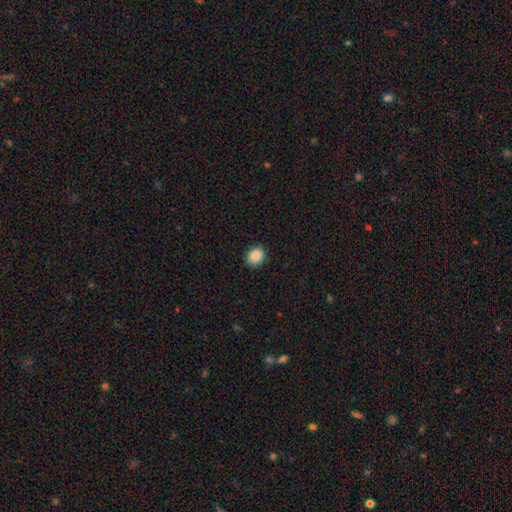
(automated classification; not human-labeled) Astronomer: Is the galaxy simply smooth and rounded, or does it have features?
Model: smooth — 88%.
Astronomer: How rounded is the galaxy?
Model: in between — 59% (runner-up: round, 40%).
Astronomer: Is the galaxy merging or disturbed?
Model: none — 82%.